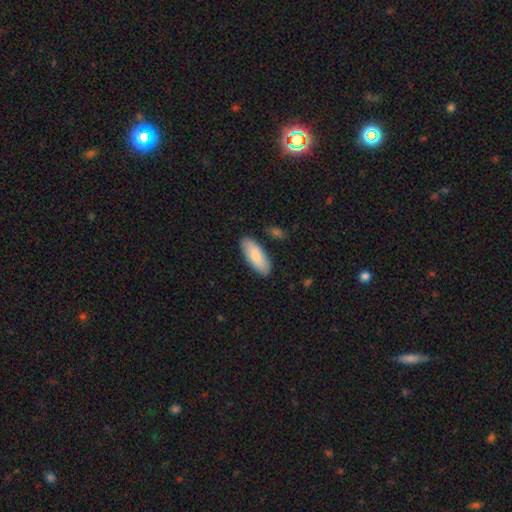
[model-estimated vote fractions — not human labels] Q: Smooth or featured?
A: smooth (84%); runner-up: featured or disk (11%)
Q: How rounded?
A: in between (82%); runner-up: cigar-shaped (17%)
Q: Merging?
A: none (86%); runner-up: minor disturbance (10%)